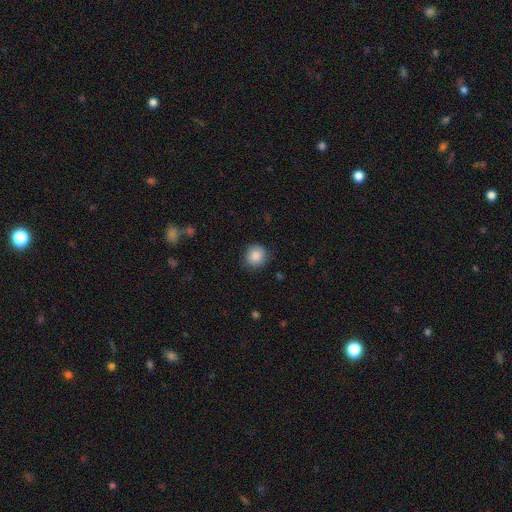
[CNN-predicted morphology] smooth 86%, star or artifact 8%, featured or disk 6%. Down the decision tree: how rounded — round (89%); merging — none (82%).